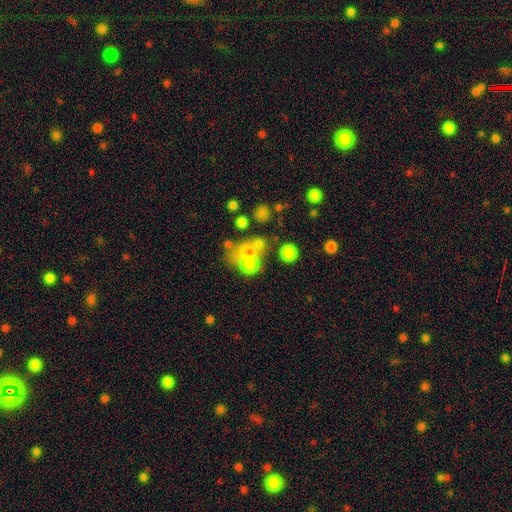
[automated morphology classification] Q: Smooth or featured?
A: smooth (41%); runner-up: featured or disk (30%)
Q: Merging?
A: merger (41%); runner-up: none (40%)